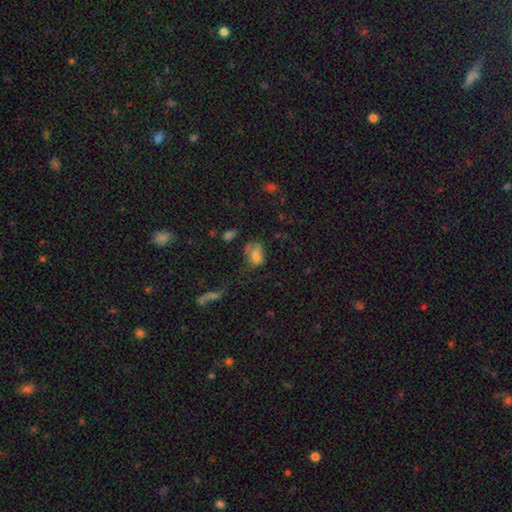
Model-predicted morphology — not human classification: The model was most divided on "merging": none: 32%, major disturbance: 31%, minor disturbance: 26%, merger: 11%. More confident: how rounded — in between (80%); smooth or featured — smooth (66%).